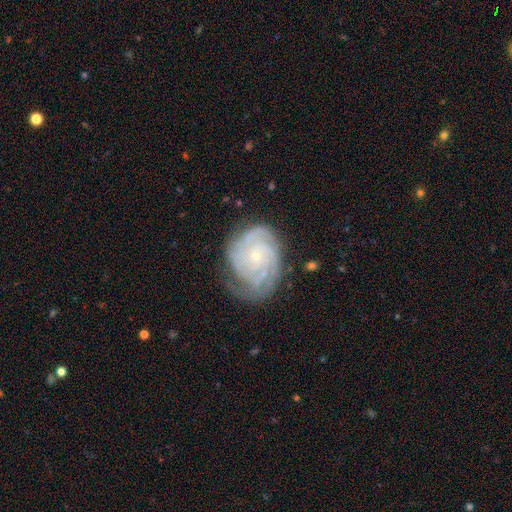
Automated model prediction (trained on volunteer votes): featured or disk 86%, smooth 8%, star or artifact 6%. Down the decision tree: edge-on disk — no (97%); bar — no (78%); spiral arms — yes (97%); spiral arm count — 3 (28%); spiral winding — tight (76%); bulge size — small (81%); merging — none (70%).